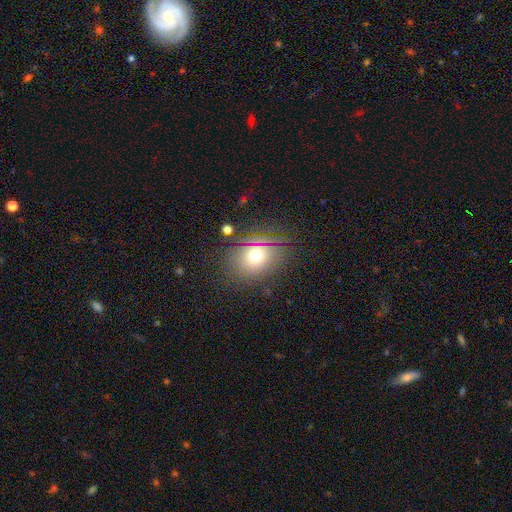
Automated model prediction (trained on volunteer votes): A smooth galaxy with no disk features (66%) that is round (54%). Merging: none (79%).